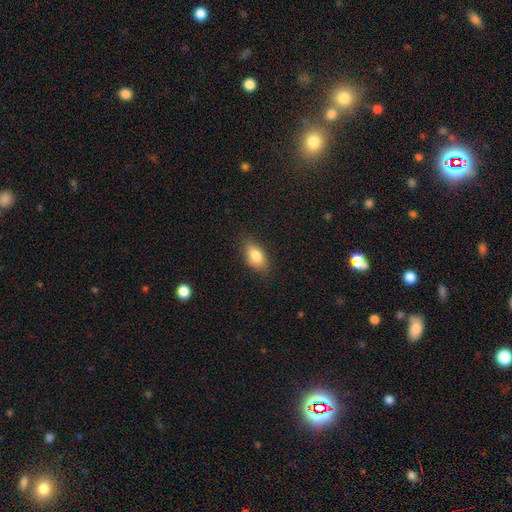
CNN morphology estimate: Smooth or featured? Predicted: smooth (p=0.82). How rounded? Predicted: in between (p=0.89). Merging? Predicted: none (p=0.80).